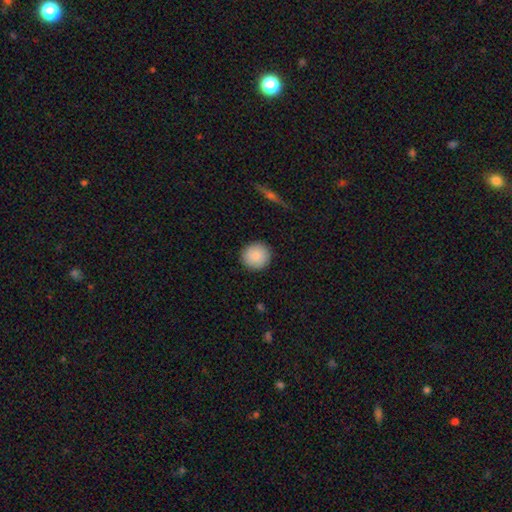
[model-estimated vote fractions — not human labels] smooth-or-featured: smooth: 87% | star or artifact: 7% | featured or disk: 6%
  how-rounded: round: 94% | in between: 5% | cigar-shaped: 1%
  merging: none: 91% | minor disturbance: 6% | major disturbance: 2% | merger: 1%